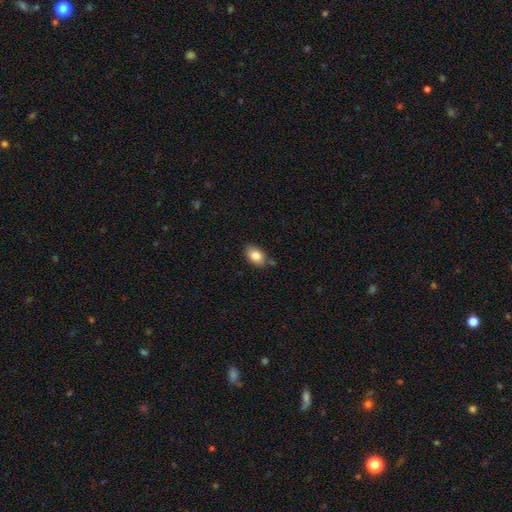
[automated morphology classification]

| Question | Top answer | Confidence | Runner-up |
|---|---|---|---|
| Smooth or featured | smooth | 83% | featured or disk (9%) |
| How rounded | in between | 83% | round (16%) |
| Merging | none | 76% | minor disturbance (17%) |